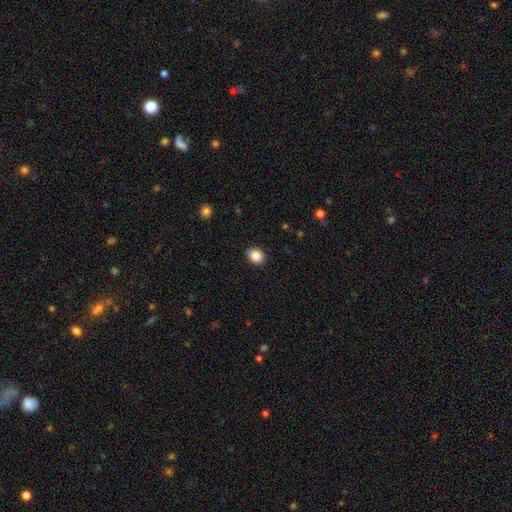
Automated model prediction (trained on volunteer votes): smooth_or_featured: smooth (p=0.87) [alt: star or artifact p=0.09]
how_rounded: in between (p=0.51) [alt: round p=0.48]
merging: none (p=0.90) [alt: minor disturbance p=0.07]